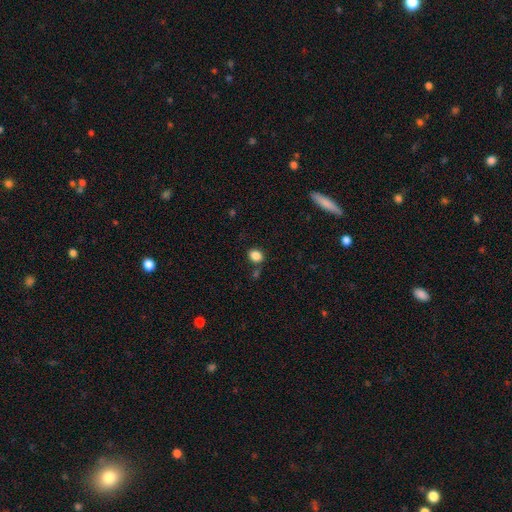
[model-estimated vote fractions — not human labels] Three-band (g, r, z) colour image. It shows a smooth galaxy with no disk features (86%) that is round (50%). Merging: none (76%).